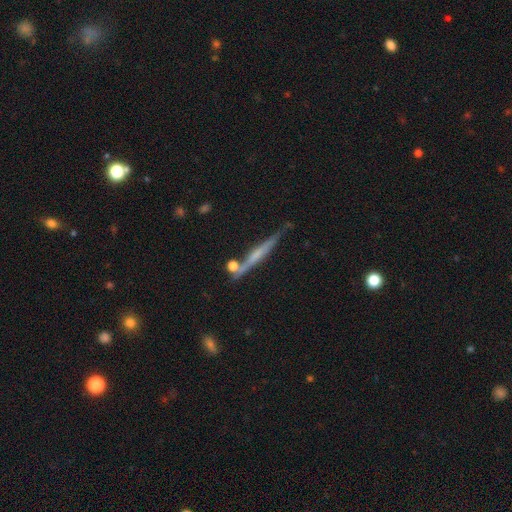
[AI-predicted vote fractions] This appears to be a featured or disk galaxy (64%) viewed edge-on (97%) with no central bulge (46%). Merging: none (76%).